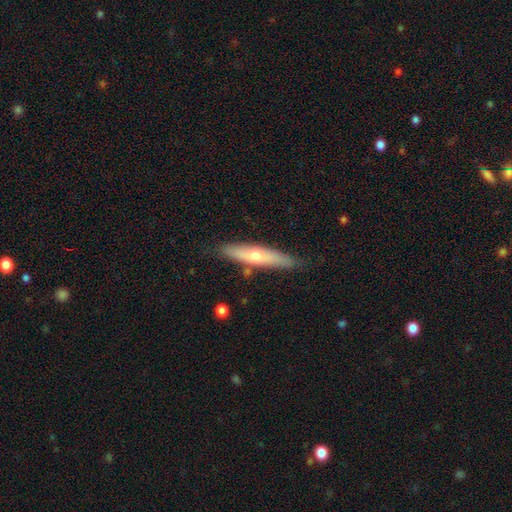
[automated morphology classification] Smooth or featured? Predicted: smooth (p=0.50). How rounded? Predicted: cigar-shaped (p=0.80). Merging? Predicted: none (p=0.81).